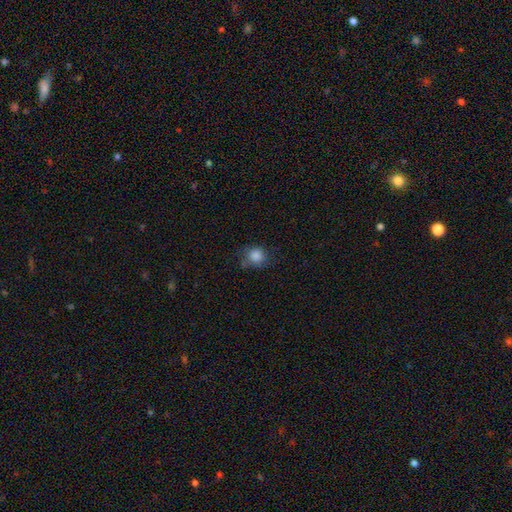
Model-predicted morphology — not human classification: Smooth or featured?
  - smooth: 85% *
  - star or artifact: 10%
  - featured or disk: 5%
How rounded?
  - round: 83% *
  - in between: 16%
  - cigar-shaped: 1%
Merging?
  - none: 64% *
  - minor disturbance: 25%
  - major disturbance: 7%
  - merger: 4%